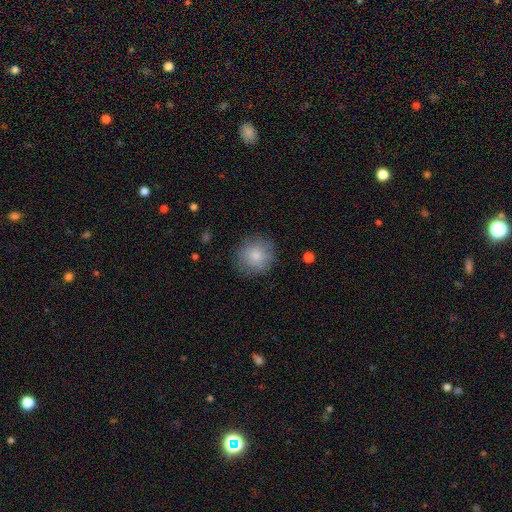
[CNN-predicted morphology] Smooth or featured?
  - smooth: 81% *
  - featured or disk: 11%
  - star or artifact: 8%
How rounded?
  - round: 93% *
  - in between: 6%
  - cigar-shaped: 1%
Merging?
  - none: 84% *
  - minor disturbance: 11%
  - major disturbance: 3%
  - merger: 1%